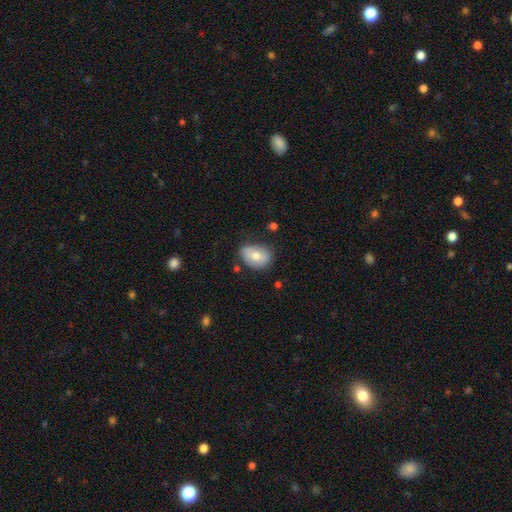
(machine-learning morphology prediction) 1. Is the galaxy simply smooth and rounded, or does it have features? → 67% smooth, 26% featured or disk, 8% star or artifact.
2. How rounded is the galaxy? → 75% in between, 24% round, 1% cigar-shaped.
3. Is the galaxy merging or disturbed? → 67% none, 25% minor disturbance, 5% major disturbance, 3% merger.